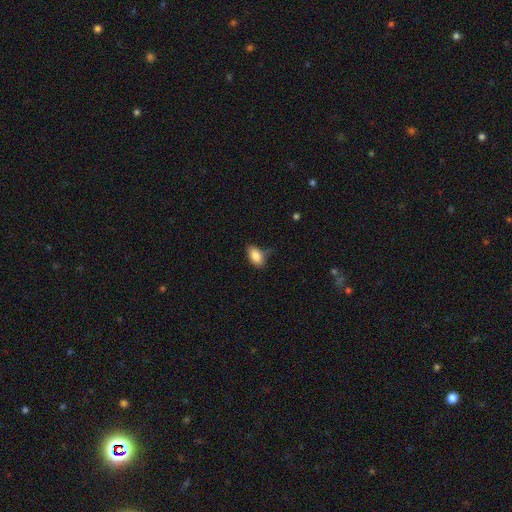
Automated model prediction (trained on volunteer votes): The model was most divided on "merging": none: 73%, minor disturbance: 21%, major disturbance: 4%, merger: 2%. More confident: how rounded — in between (91%); smooth or featured — smooth (86%).